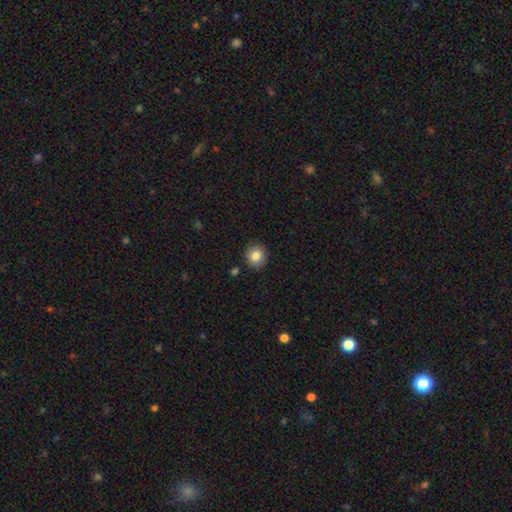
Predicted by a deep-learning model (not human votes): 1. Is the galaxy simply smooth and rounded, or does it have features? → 84% smooth, 9% star or artifact, 7% featured or disk.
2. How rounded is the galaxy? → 92% round, 7% in between, 1% cigar-shaped.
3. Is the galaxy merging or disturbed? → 90% none, 7% minor disturbance, 2% merger, 2% major disturbance.